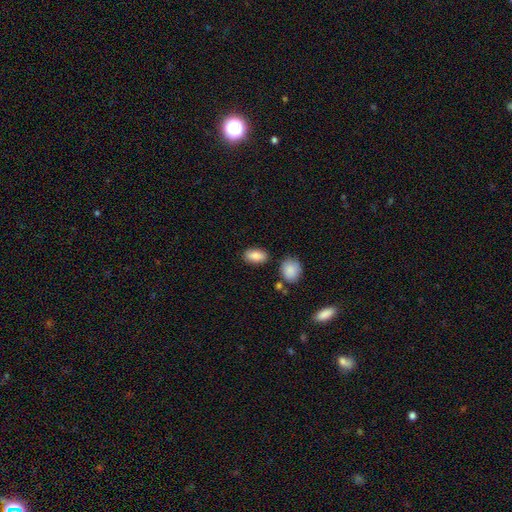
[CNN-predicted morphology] smooth 86%, featured or disk 7%, star or artifact 7%. Down the decision tree: how rounded — in between (90%); merging — none (83%).